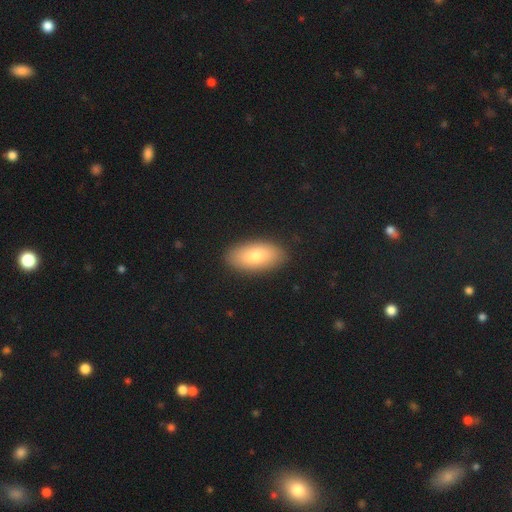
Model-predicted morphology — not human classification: The model was most divided on "smooth or featured": smooth: 79%, featured or disk: 15%, star or artifact: 6%. More confident: how rounded — in between (93%); merging — none (89%).